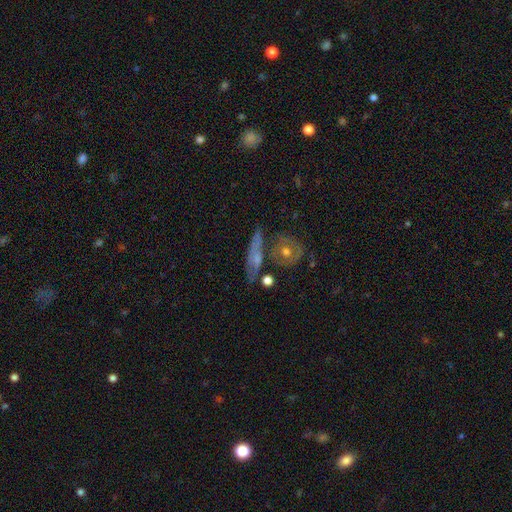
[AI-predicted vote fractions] featured or disk 51%, smooth 38%, star or artifact 10%. Down the decision tree: edge-on disk — no (50%, tied with yes); merging — none (62%).